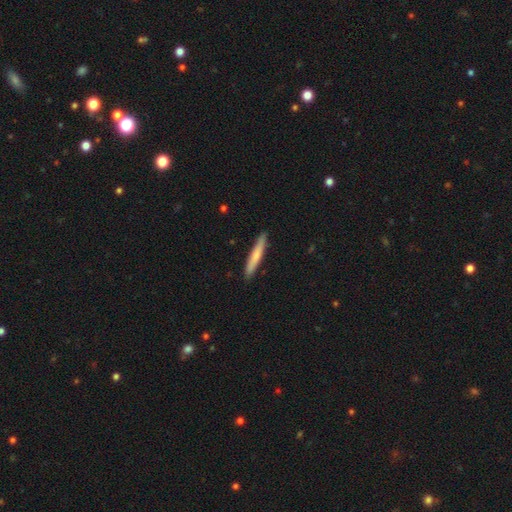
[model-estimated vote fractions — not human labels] Overall: smooth (69%). How rounded: cigar-shaped (94%). Merging: none (90%).